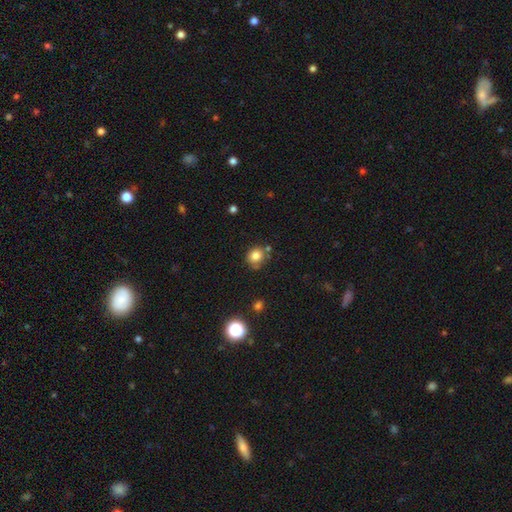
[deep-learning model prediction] This is clearly a smooth galaxy (81%). How rounded: likely round (77%). Merging: likely none (68%).